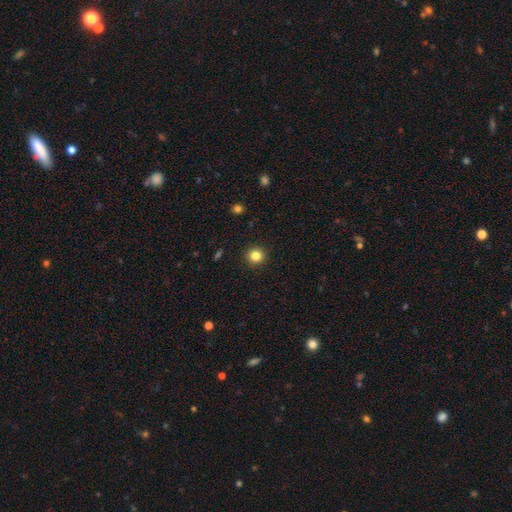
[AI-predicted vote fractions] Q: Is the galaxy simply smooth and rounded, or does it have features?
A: smooth — 83%.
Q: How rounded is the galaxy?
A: round — 92%.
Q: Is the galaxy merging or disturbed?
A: none — 92%.